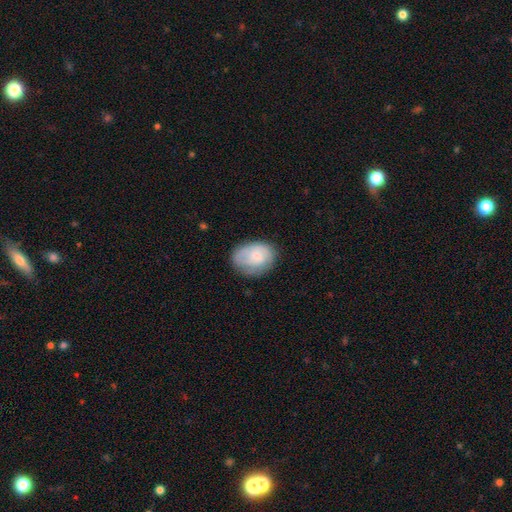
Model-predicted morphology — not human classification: Smooth or featured? smooth (57%)
How rounded? in between (63%)
Merging? none (67%)